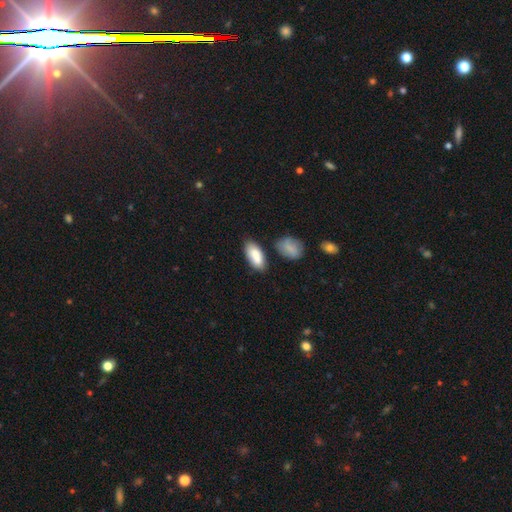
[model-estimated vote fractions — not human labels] The model was most divided on "merging": none: 69%, minor disturbance: 18%, merger: 10%, major disturbance: 4%. More confident: how rounded — in between (88%); smooth or featured — smooth (86%).